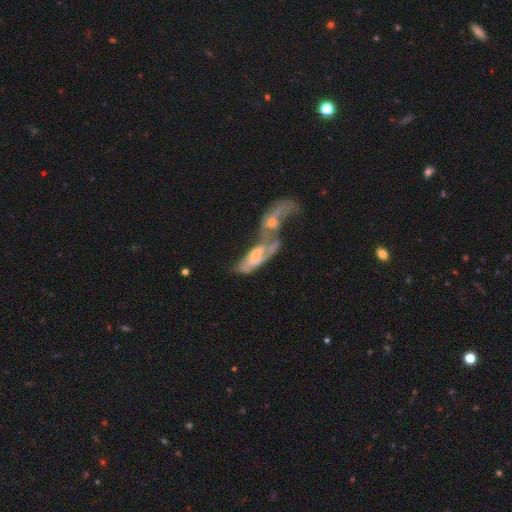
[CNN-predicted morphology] Smooth or featured?
  - featured or disk: 63% *
  - smooth: 29%
  - star or artifact: 8%
Edge-on disk?
  - no: 86% *
  - yes: 14%
Bar?
  - no: 70% *
  - weak: 23%
  - strong: 7%
Spiral arms?
  - yes: 53% *
  - no: 47%
Bulge size?
  - small: 43% *
  - moderate: 37%
  - none: 14%
  - large: 4%
  - dominant: 2%
Merging?
  - merger: 77% *
  - major disturbance: 12%
  - none: 6%
  - minor disturbance: 4%